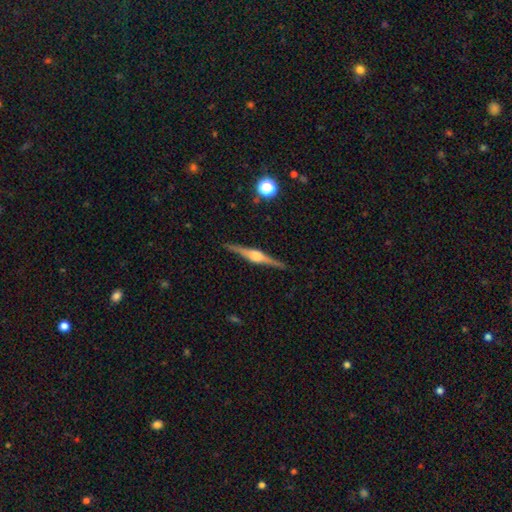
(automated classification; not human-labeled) smooth-or-featured: featured or disk: 84% | smooth: 10% | star or artifact: 6%
  disk-edge-on: yes: 98% | no: 2%
    edge-on-bulge: rounded: 84% | boxy: 13% | none: 2%
  merging: none: 90% | minor disturbance: 7% | major disturbance: 1% | merger: 1%